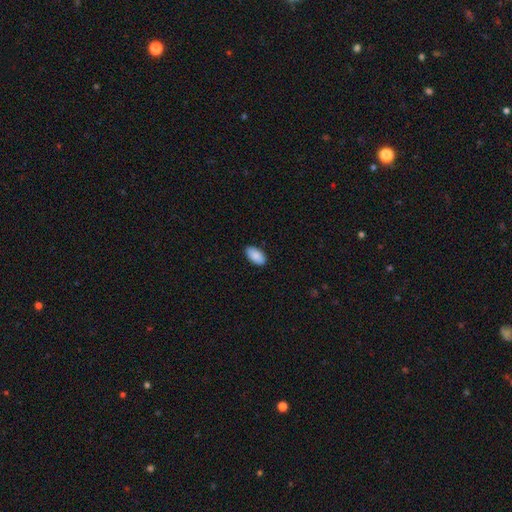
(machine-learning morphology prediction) Q: Smooth or featured?
A: smooth (89%); runner-up: star or artifact (6%)
Q: How rounded?
A: in between (95%); runner-up: cigar-shaped (3%)
Q: Merging?
A: none (89%); runner-up: minor disturbance (9%)